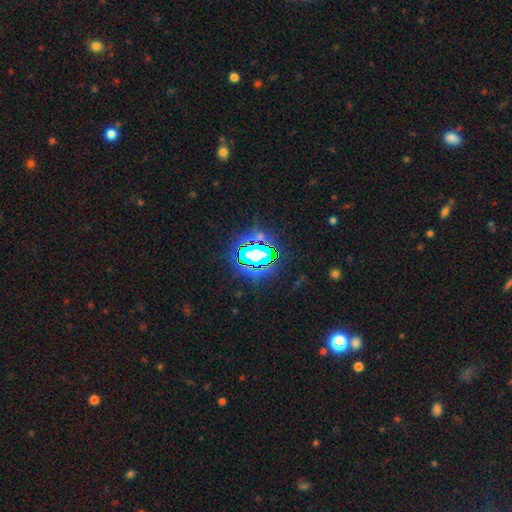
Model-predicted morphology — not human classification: Overall: star or artifact (72%).